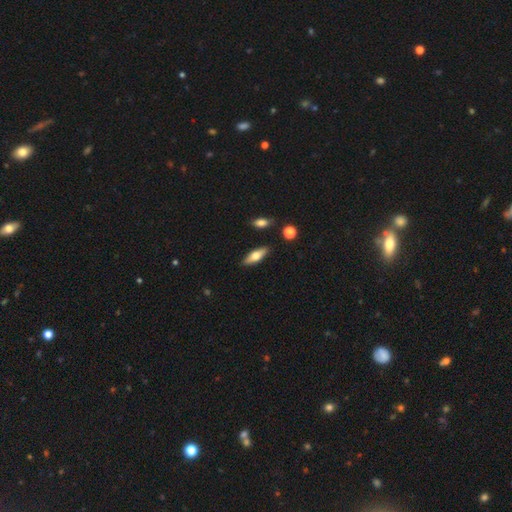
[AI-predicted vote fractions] Smooth or featured: smooth — 58% (featured or disk — 36%)
How rounded: in between — 54% (cigar-shaped — 43%)
Merging: none — 86% (minor disturbance — 9%)